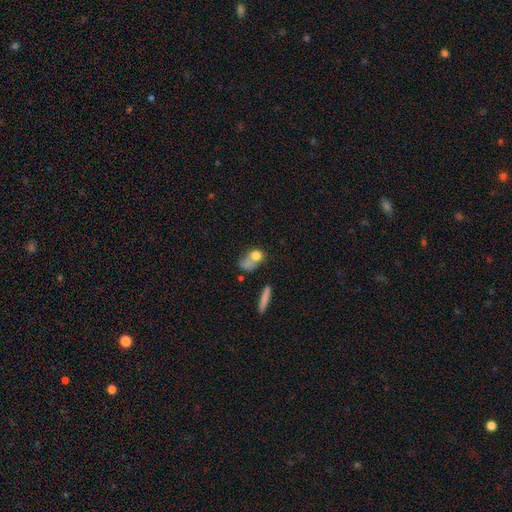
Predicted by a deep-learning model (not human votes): Smooth or featured?
  - smooth: 69% *
  - featured or disk: 20%
  - star or artifact: 11%
How rounded?
  - in between: 48% *
  - round: 46%
  - cigar-shaped: 6%
Merging?
  - none: 30% *
  - merger: 28%
  - major disturbance: 25%
  - minor disturbance: 17%